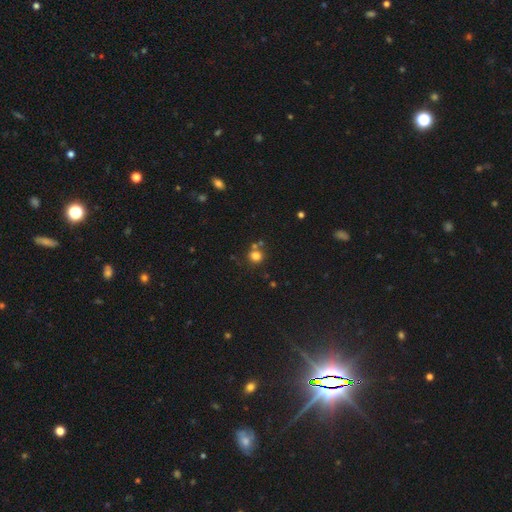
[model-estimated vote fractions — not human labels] Morphology: type=smooth (78%); roundness=round (85%); merging=none (69%).